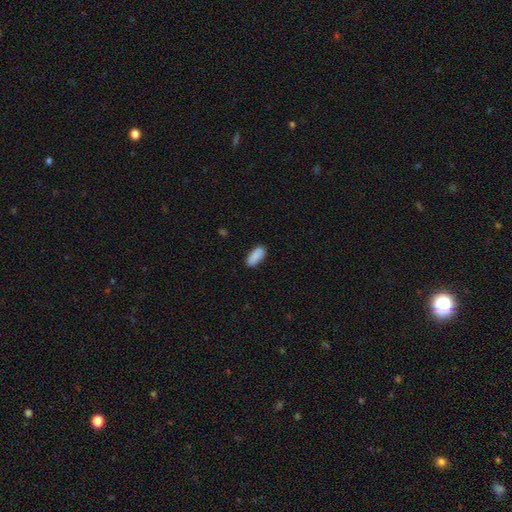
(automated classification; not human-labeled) Morphology: type=smooth (90%); roundness=in between (86%); merging=none (88%).